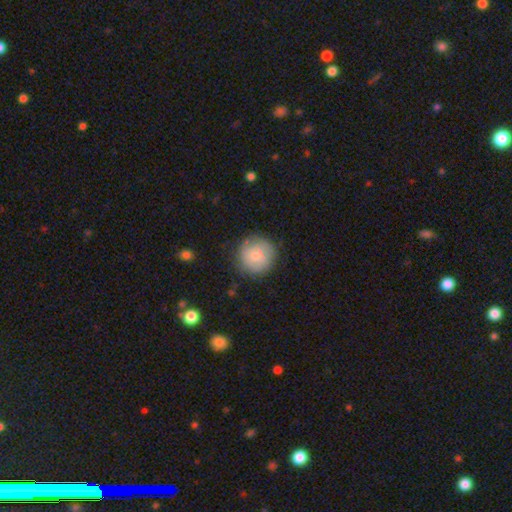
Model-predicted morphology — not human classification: This is likely a smooth galaxy (68%). How rounded: clearly round (94%). Merging: likely none (78%).